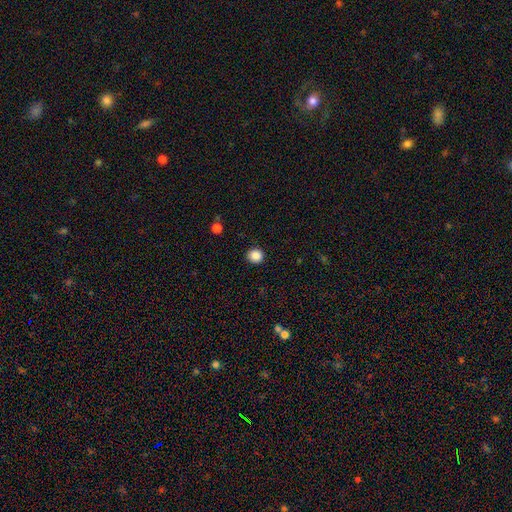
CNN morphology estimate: smooth 87%, star or artifact 10%, featured or disk 3%. Down the decision tree: how rounded — round (89%); merging — none (91%).